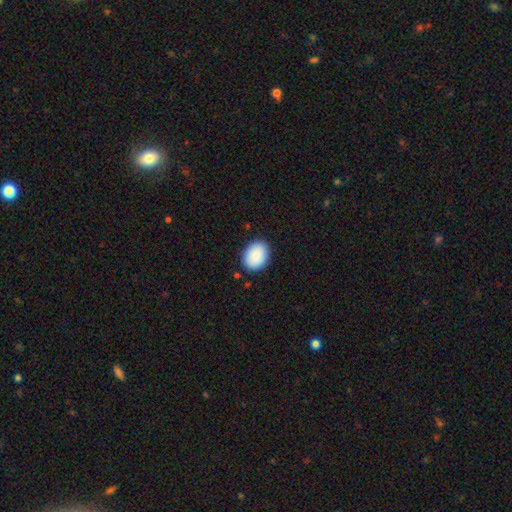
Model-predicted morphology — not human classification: smooth 90%, star or artifact 6%, featured or disk 4%. Down the decision tree: how rounded — in between (68%); merging — none (87%).